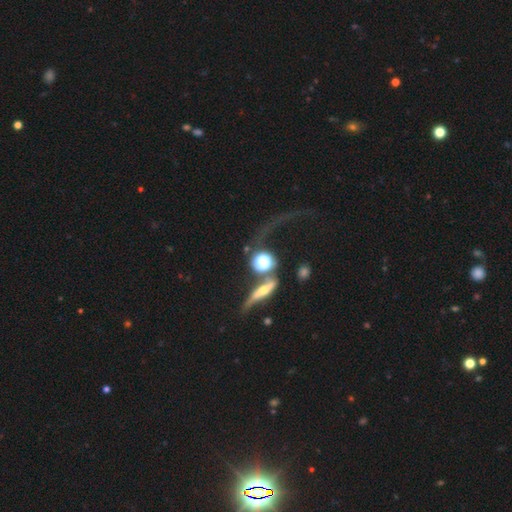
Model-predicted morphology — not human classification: Q: Smooth or featured?
A: featured or disk (57%); runner-up: star or artifact (22%)
Q: Edge-on disk?
A: no (79%); runner-up: yes (21%)
Q: Merging?
A: merger (42%); runner-up: none (26%)